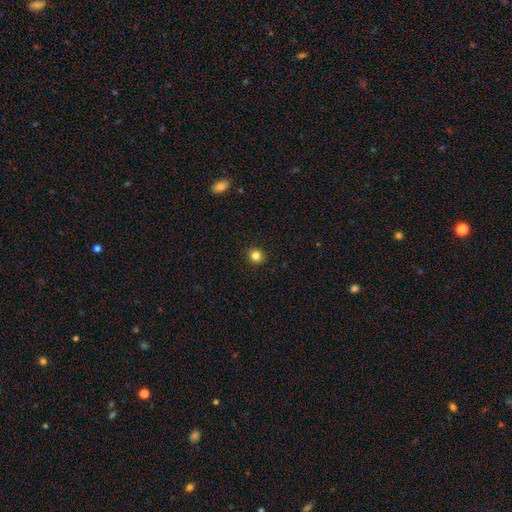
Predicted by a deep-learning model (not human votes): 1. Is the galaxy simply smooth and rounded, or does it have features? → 83% smooth, 12% star or artifact, 5% featured or disk.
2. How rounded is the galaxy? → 89% round, 10% in between, 1% cigar-shaped.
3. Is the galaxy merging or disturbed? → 93% none, 5% minor disturbance, 2% major disturbance, 1% merger.